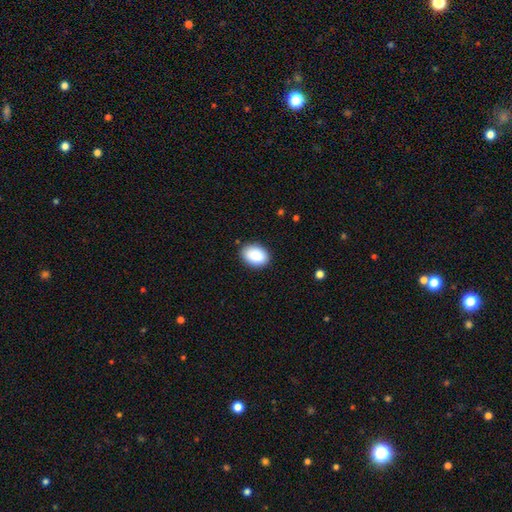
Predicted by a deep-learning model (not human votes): Smooth or featured? Predicted: smooth (p=0.87). How rounded? Predicted: in between (p=0.79). Merging? Predicted: none (p=0.88).